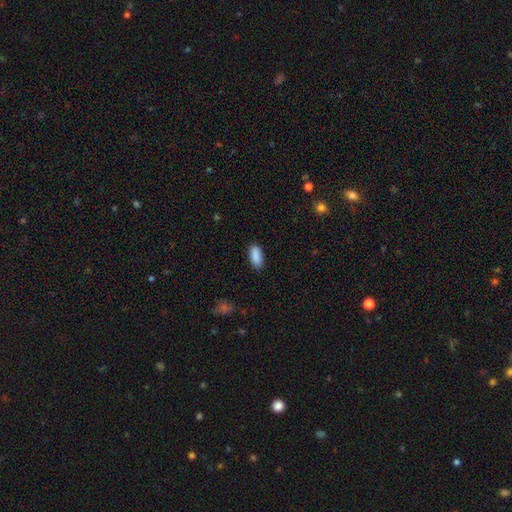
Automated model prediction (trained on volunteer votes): Smooth or featured?
  - smooth: 90% *
  - star or artifact: 7%
  - featured or disk: 3%
How rounded?
  - in between: 86% *
  - cigar-shaped: 12%
  - round: 2%
Merging?
  - none: 87% *
  - minor disturbance: 10%
  - major disturbance: 2%
  - merger: 1%